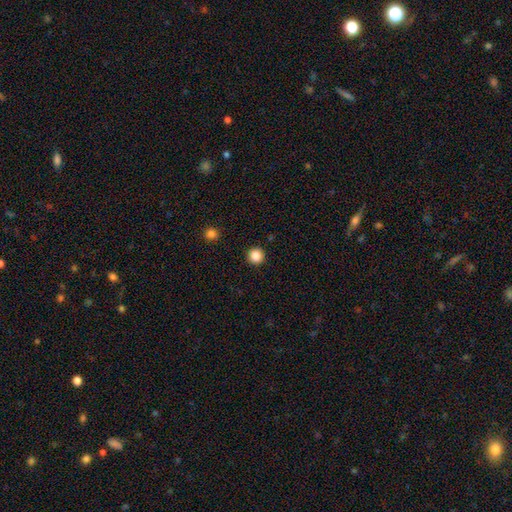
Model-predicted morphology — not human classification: type=smooth (86%); roundness=round (96%); merging=none (93%).